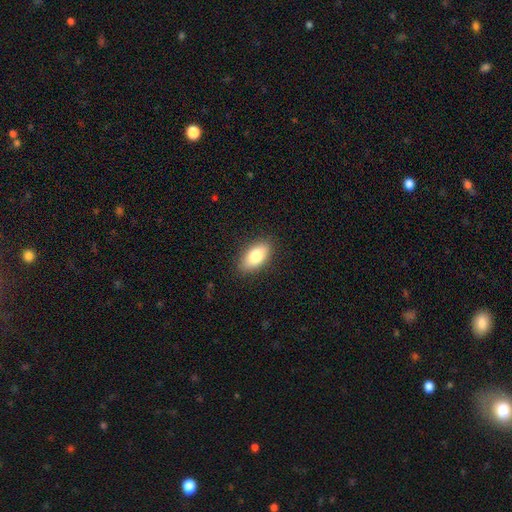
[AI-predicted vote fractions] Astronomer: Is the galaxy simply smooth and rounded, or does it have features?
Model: smooth — 82%.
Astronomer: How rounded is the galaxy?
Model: in between — 91%.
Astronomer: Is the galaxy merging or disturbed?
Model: none — 88%.